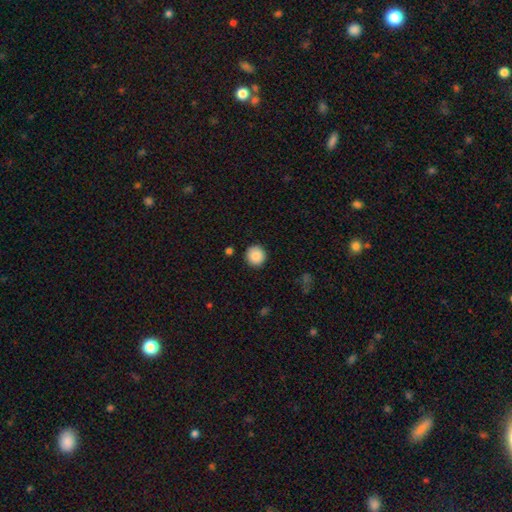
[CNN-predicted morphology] Smooth or featured? Predicted: smooth (p=0.89). How rounded? Predicted: round (p=0.93). Merging? Predicted: none (p=0.91).